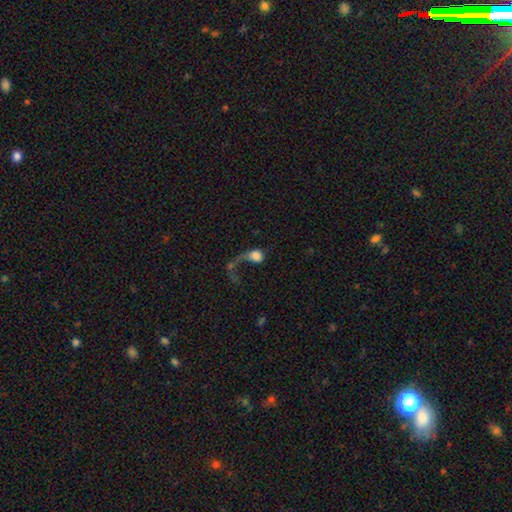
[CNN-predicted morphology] smooth 58%, featured or disk 31%, star or artifact 11%. Down the decision tree: how rounded — round (60%); merging — major disturbance (58%).